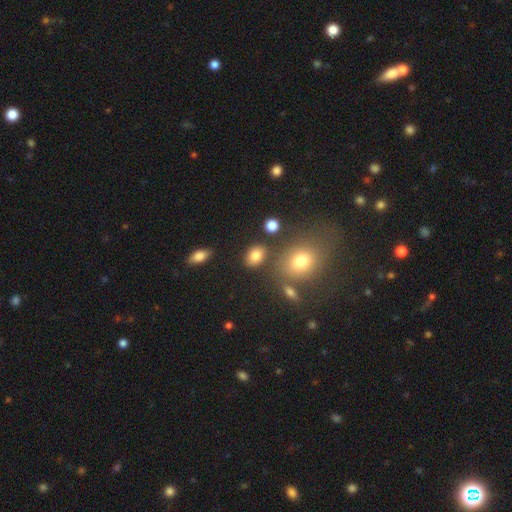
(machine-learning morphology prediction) Smooth or featured?
  - smooth: 80% *
  - star or artifact: 11%
  - featured or disk: 8%
How rounded?
  - in between: 67% *
  - round: 31%
  - cigar-shaped: 2%
Merging?
  - none: 77% *
  - minor disturbance: 12%
  - merger: 8%
  - major disturbance: 4%